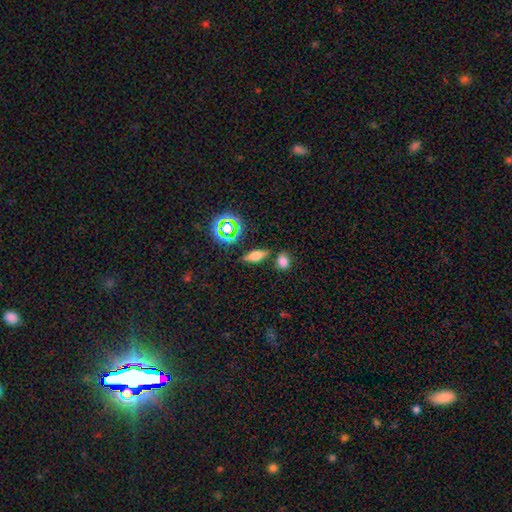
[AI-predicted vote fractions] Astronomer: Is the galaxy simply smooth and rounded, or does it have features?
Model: smooth — 61%.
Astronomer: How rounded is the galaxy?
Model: in between — 57% (runner-up: cigar-shaped, 35%).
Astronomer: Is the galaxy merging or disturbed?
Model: none — 78%.